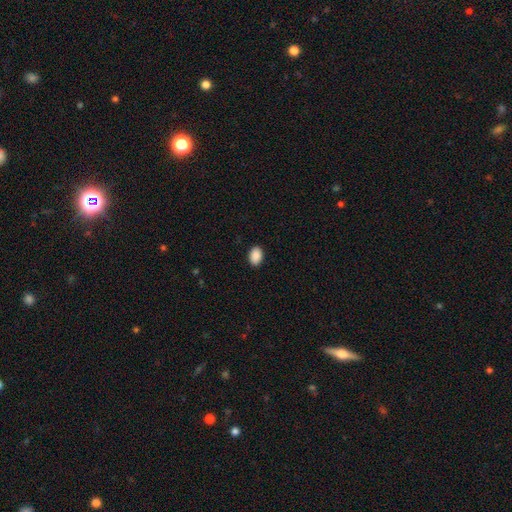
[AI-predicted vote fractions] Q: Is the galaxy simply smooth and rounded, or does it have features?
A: smooth — 90%.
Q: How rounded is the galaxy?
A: in between — 83%.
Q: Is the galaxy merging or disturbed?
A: none — 90%.